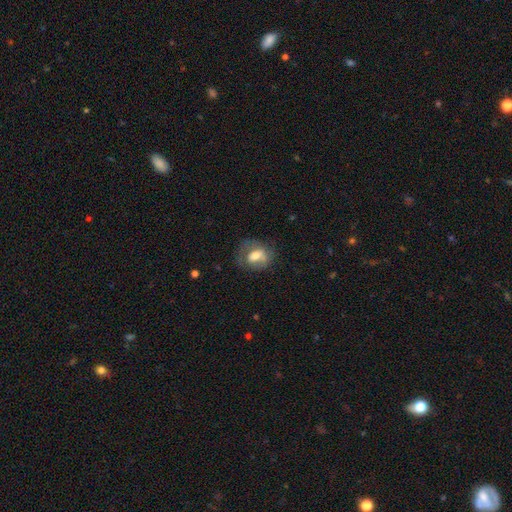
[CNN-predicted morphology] A smooth galaxy with no disk features (56%) that is in between round and cigar-shaped (63%).

Vote fractions:
- Smooth or featured? smooth: 56% / featured or disk: 36% / star or artifact: 8%
- How rounded? in between: 63% / round: 35% / cigar-shaped: 2%
- Merging? none: 56% / minor disturbance: 25% / major disturbance: 17% / merger: 2%